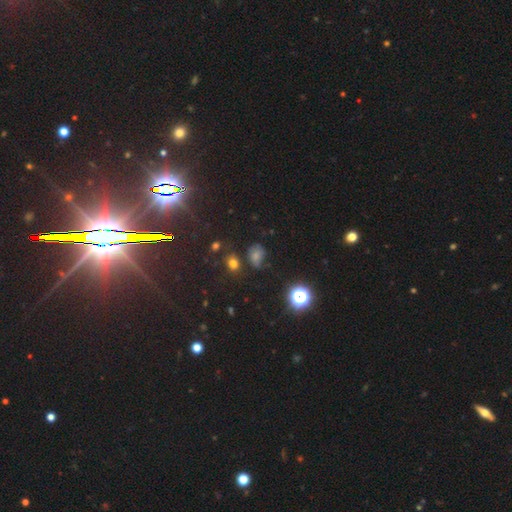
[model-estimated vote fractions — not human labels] Smooth or featured: star or artifact — 46% (smooth — 39%)